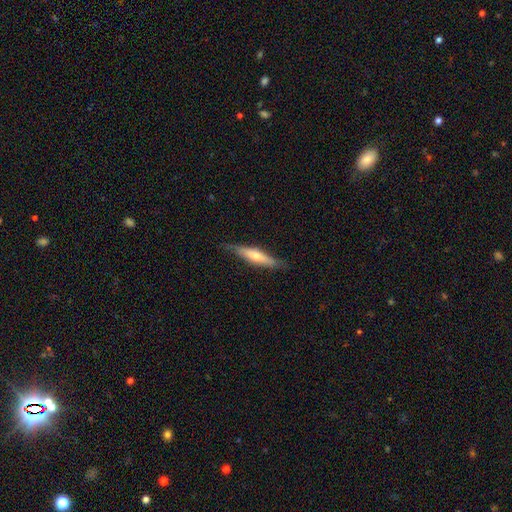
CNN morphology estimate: Overall: featured or disk (47%, tied with smooth). Merging: none (78%).